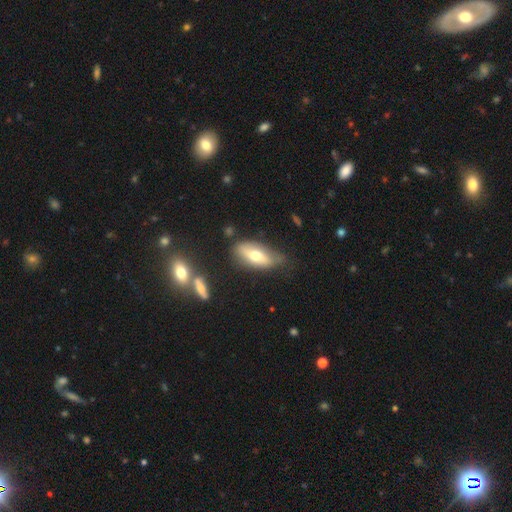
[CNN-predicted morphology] Smooth or featured? smooth (58%)
How rounded? in between (81%)
Merging? none (62%)